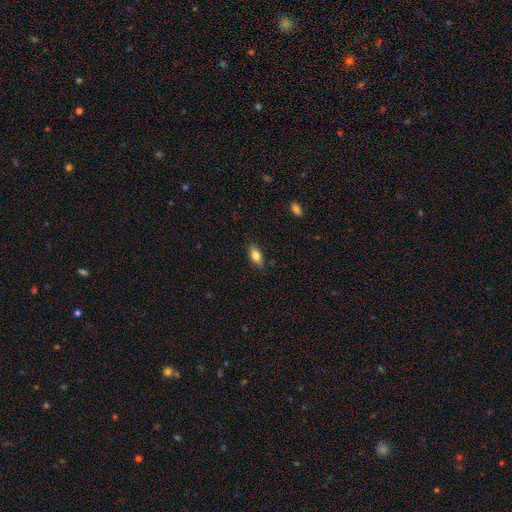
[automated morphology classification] Overall: smooth (78%). How rounded: in between (85%). Merging: none (84%).